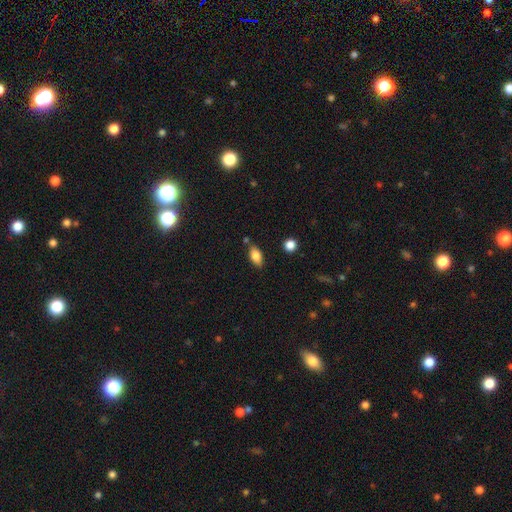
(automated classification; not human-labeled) Q: Smooth or featured?
A: smooth (81%); runner-up: featured or disk (11%)
Q: How rounded?
A: in between (88%); runner-up: cigar-shaped (6%)
Q: Merging?
A: none (77%); runner-up: minor disturbance (14%)